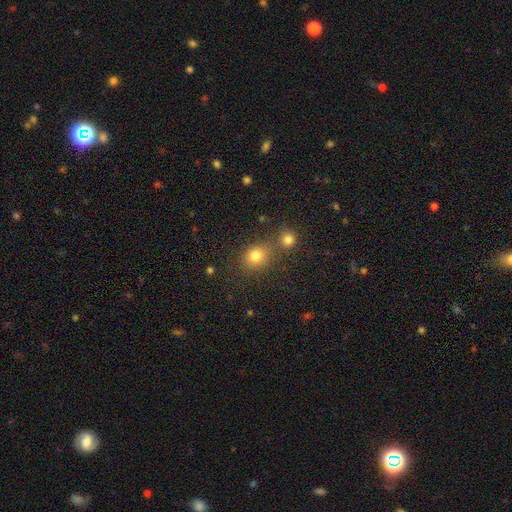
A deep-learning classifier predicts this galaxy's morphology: type=smooth (78%); roundness=round (71%); merging=none (62%).